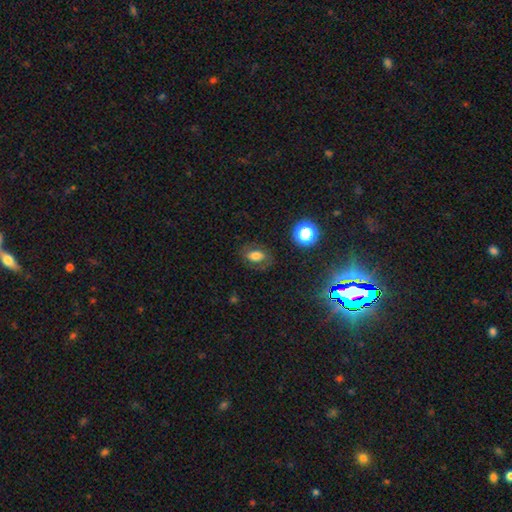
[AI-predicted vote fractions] Overall: smooth (63%). How rounded: in between (80%). Merging: none (75%).